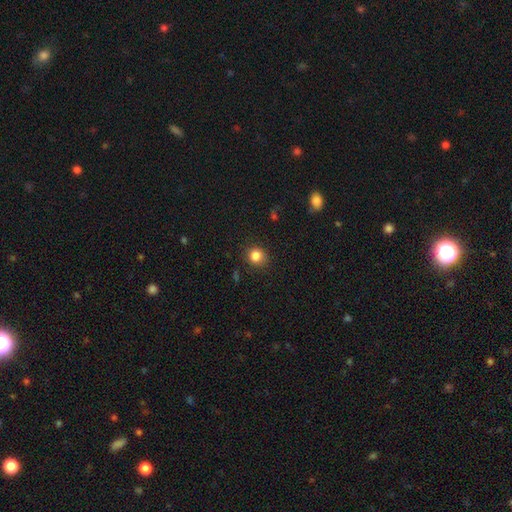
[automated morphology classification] smooth-or-featured: smooth: 85% | star or artifact: 11% | featured or disk: 4%
  how-rounded: round: 83% | in between: 16% | cigar-shaped: 1%
  merging: none: 83% | minor disturbance: 12% | major disturbance: 3% | merger: 1%